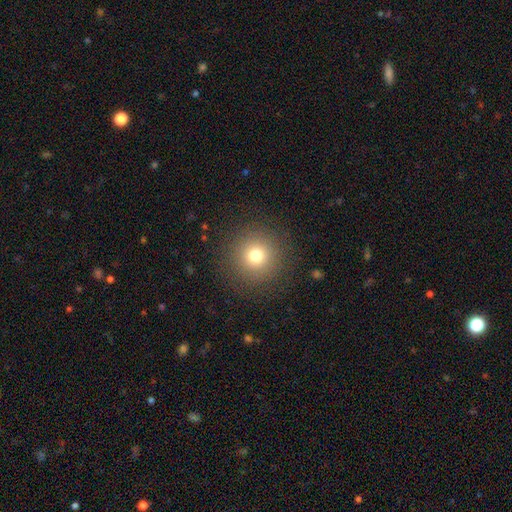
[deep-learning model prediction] Q: Smooth or featured?
A: smooth (75%); runner-up: star or artifact (15%)
Q: How rounded?
A: round (96%); runner-up: in between (3%)
Q: Merging?
A: none (90%); runner-up: minor disturbance (6%)